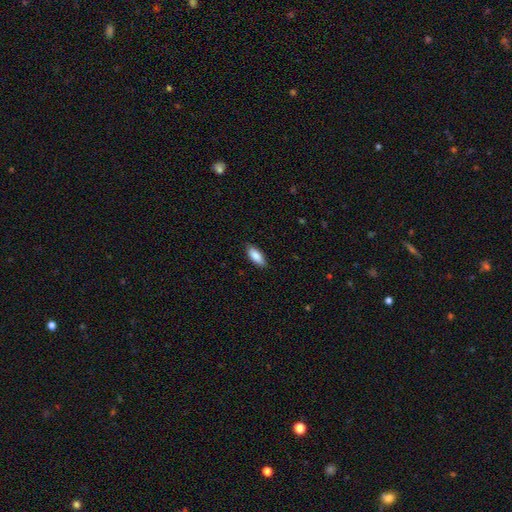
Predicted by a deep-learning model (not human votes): A smooth galaxy with no disk features (89%) that is in between round and cigar-shaped (81%). Merging: none (87%).